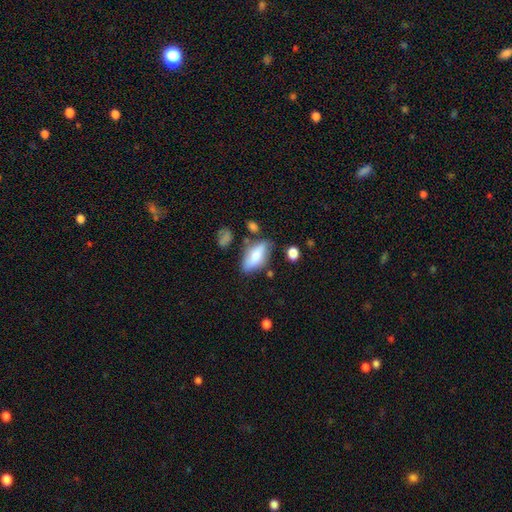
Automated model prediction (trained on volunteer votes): This appears to be a smooth galaxy with no disk features (71%) that is in between round and cigar-shaped (83%). Merging: none (62%).